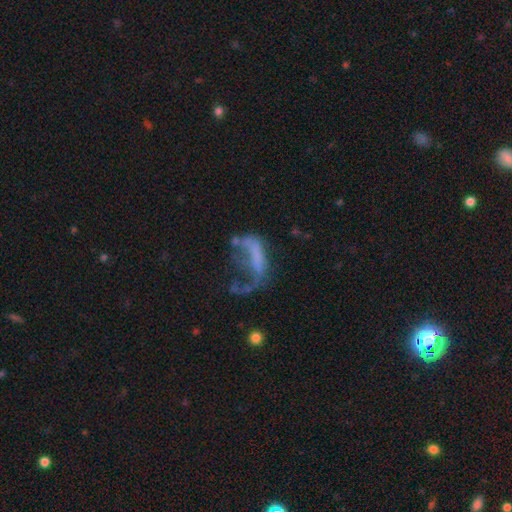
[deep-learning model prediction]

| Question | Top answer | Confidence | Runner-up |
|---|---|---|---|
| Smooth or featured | featured or disk | 50% | smooth (33%) |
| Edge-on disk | no | 93% | yes (7%) |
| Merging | major disturbance | 54% | none (20%) |